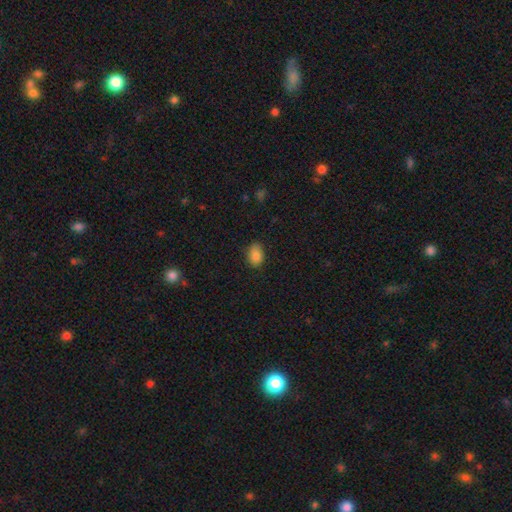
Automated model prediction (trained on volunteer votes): Smooth or featured? smooth (85%)
How rounded? in between (80%)
Merging? none (79%)